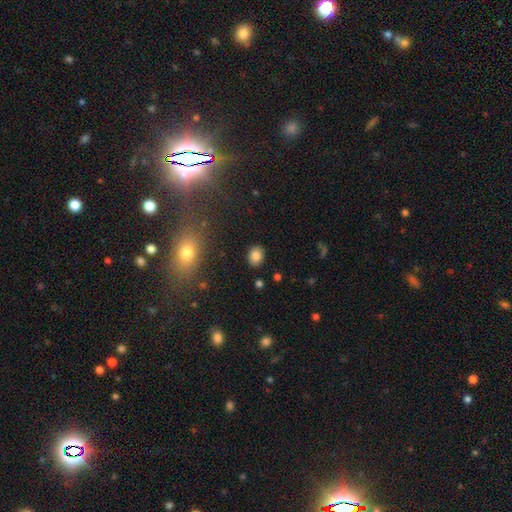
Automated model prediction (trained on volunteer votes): Q: Smooth or featured?
A: smooth (83%); runner-up: star or artifact (10%)
Q: How rounded?
A: in between (64%); runner-up: round (34%)
Q: Merging?
A: none (86%); runner-up: minor disturbance (9%)